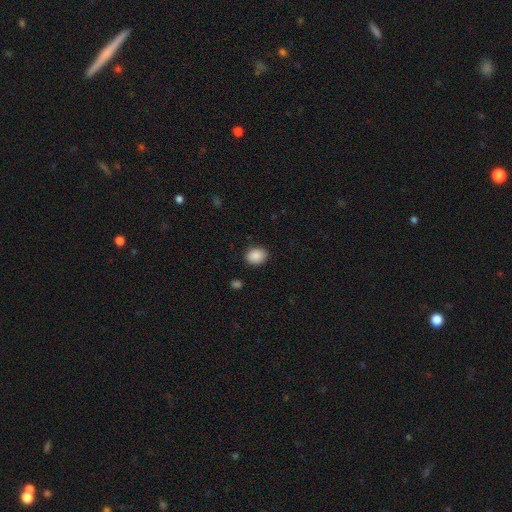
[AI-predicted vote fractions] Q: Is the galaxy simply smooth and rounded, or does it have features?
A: smooth — 88%.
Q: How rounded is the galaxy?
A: round — 50%.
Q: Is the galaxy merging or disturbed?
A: none — 88%.